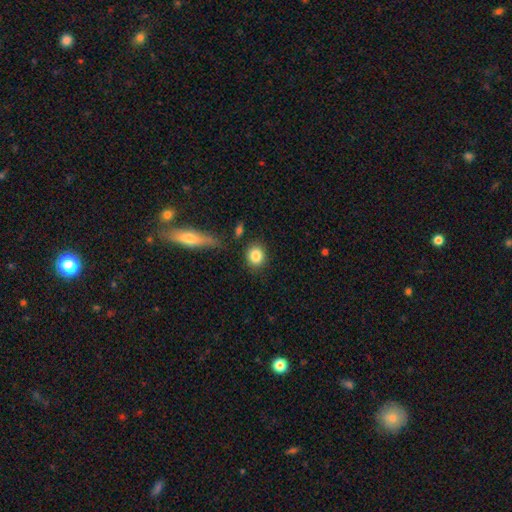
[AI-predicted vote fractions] This appears to be a smooth galaxy with no disk features (85%) that is round (74%). Merging: none (82%).